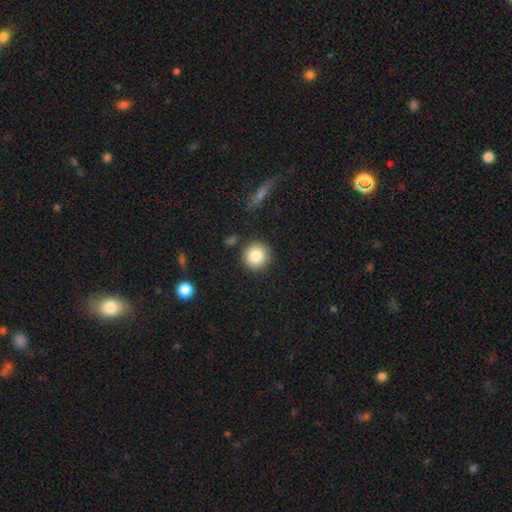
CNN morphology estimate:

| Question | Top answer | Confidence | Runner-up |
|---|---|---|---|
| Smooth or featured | smooth | 83% | star or artifact (9%) |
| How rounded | round | 94% | in between (5%) |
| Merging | none | 88% | minor disturbance (7%) |